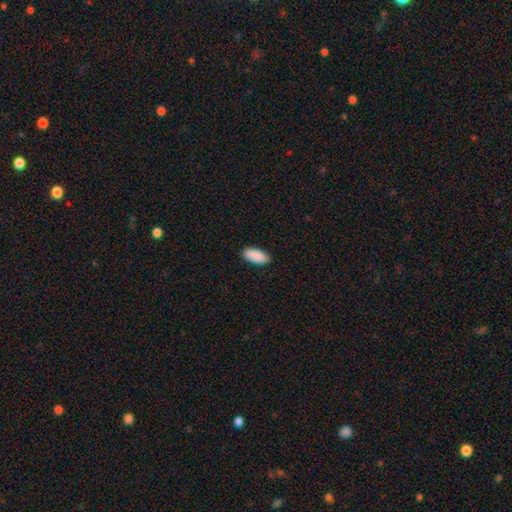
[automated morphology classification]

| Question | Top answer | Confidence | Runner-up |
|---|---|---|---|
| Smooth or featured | smooth | 91% | star or artifact (6%) |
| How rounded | in between | 90% | cigar-shaped (8%) |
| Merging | none | 90% | minor disturbance (8%) |